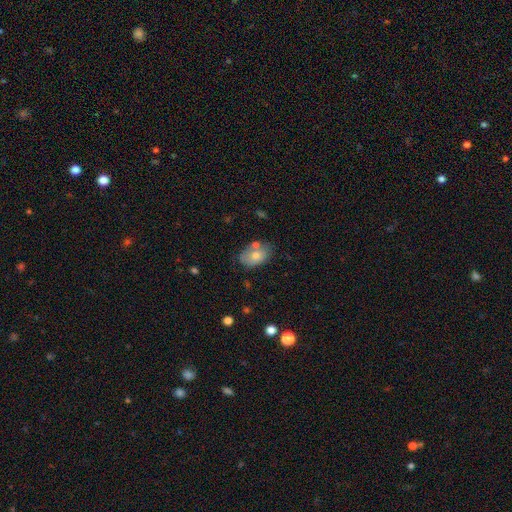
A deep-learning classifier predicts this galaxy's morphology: This is likely a smooth galaxy (69%). How rounded: clearly in between (86%). Merging: likely none (62%).